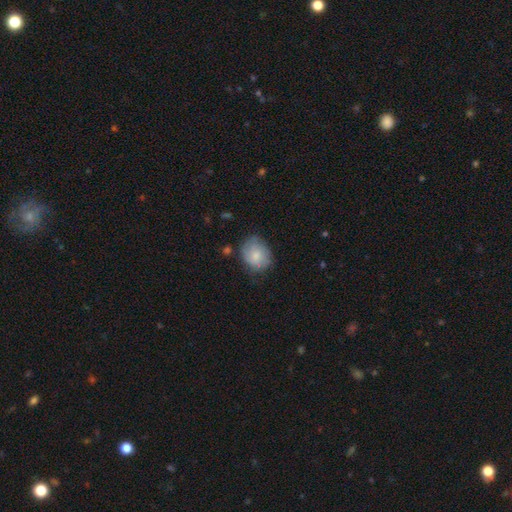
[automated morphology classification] A smooth galaxy with no disk features (73%) that is round (53%).

Vote fractions:
- Smooth or featured? smooth: 73% / featured or disk: 20% / star or artifact: 7%
- How rounded? round: 53% / in between: 46% / cigar-shaped: 1%
- Merging? none: 67% / minor disturbance: 25% / major disturbance: 6% / merger: 2%